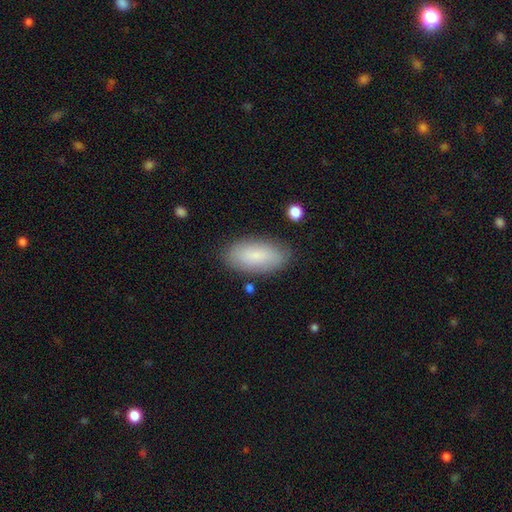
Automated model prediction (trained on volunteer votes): Q: Smooth or featured?
A: smooth (78%); runner-up: featured or disk (15%)
Q: How rounded?
A: in between (91%); runner-up: cigar-shaped (7%)
Q: Merging?
A: none (83%); runner-up: minor disturbance (12%)